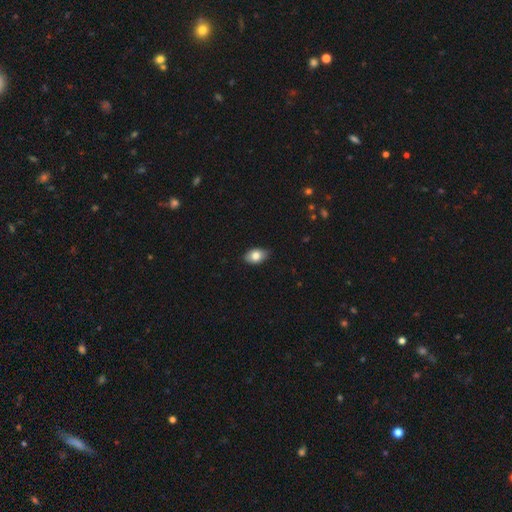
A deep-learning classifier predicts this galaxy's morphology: Q: Smooth or featured?
A: smooth (81%); runner-up: featured or disk (12%)
Q: How rounded?
A: in between (86%); runner-up: round (12%)
Q: Merging?
A: none (84%); runner-up: minor disturbance (14%)